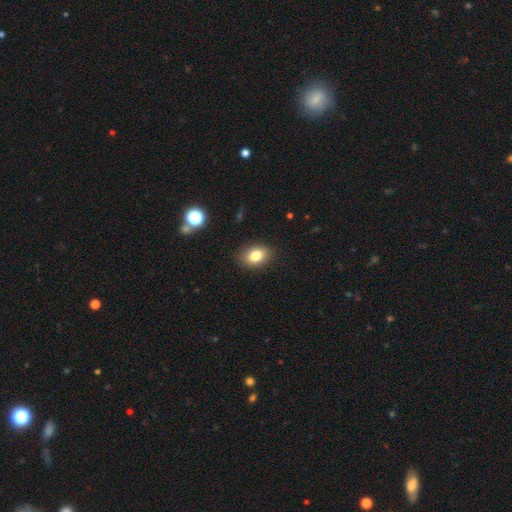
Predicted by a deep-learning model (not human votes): Smooth or featured? Predicted: smooth (p=0.82). How rounded? Predicted: in between (p=0.73). Merging? Predicted: none (p=0.87).